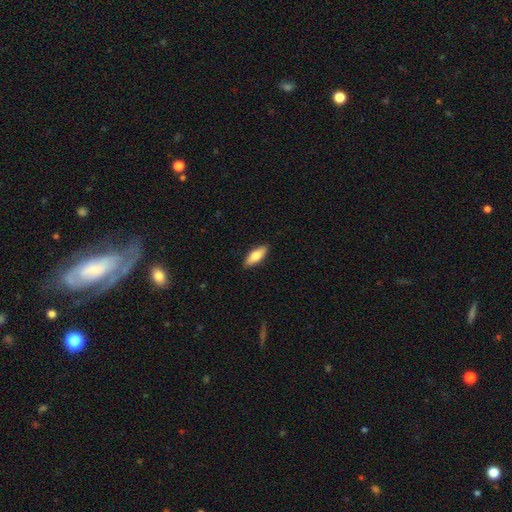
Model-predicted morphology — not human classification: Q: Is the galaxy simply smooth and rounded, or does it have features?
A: smooth — 73%.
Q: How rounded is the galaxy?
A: in between — 67%.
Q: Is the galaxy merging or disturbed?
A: none — 89%.